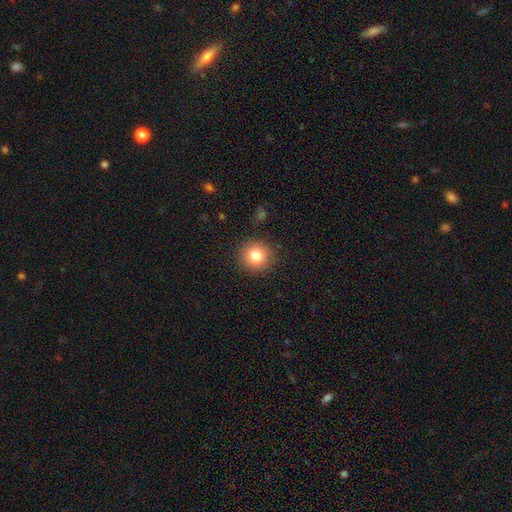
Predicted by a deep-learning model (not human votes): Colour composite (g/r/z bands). It shows a smooth galaxy with no disk features (81%) that is round (94%). Merging: none (90%).